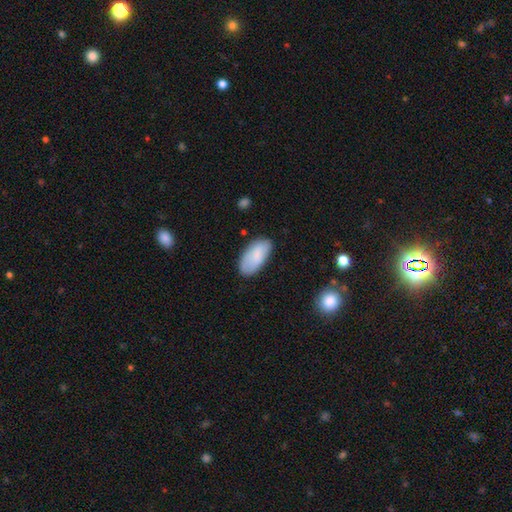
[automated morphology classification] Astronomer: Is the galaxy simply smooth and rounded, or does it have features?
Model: smooth — 82%.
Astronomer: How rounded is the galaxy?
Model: in between — 94%.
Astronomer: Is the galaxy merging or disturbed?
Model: none — 76%.